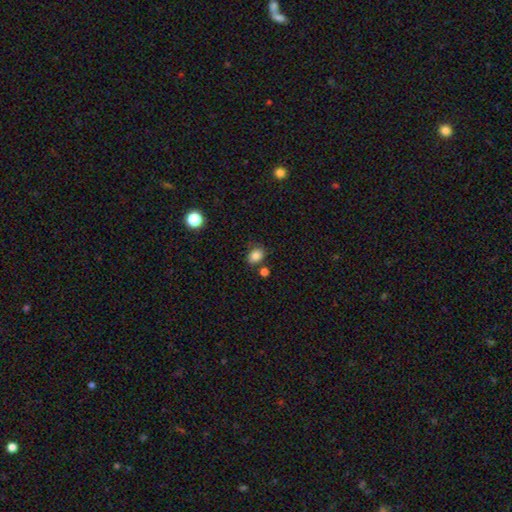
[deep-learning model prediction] Smooth or featured? Predicted: smooth (p=0.83). How rounded? Predicted: in between (p=0.63). Merging? Predicted: none (p=0.74).